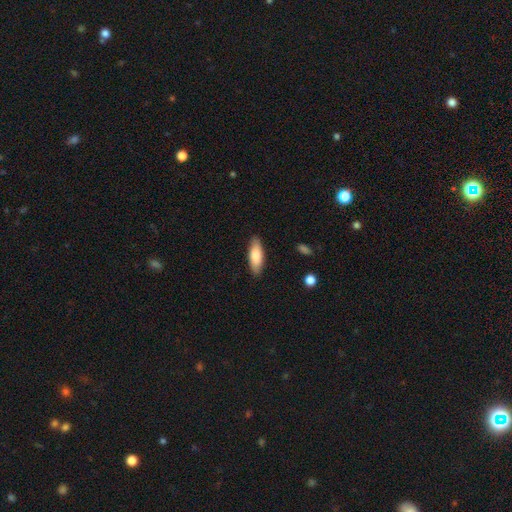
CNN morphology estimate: This is clearly a smooth galaxy (82%). How rounded: likely in between (63%). Merging: clearly none (86%).